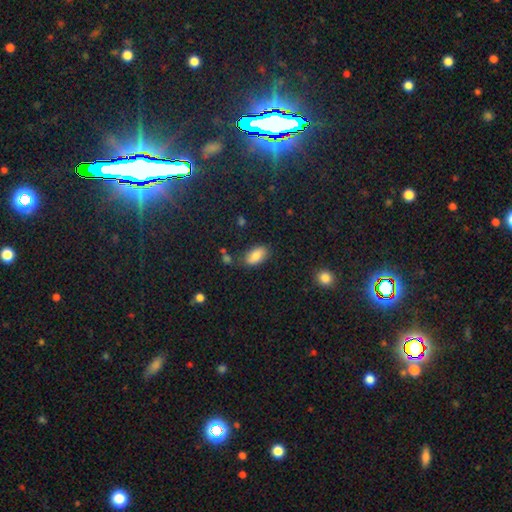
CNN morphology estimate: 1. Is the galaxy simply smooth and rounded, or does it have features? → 82% smooth, 9% featured or disk, 8% star or artifact.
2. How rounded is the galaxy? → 92% in between, 4% round, 3% cigar-shaped.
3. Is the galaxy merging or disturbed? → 78% none, 15% minor disturbance, 4% merger, 4% major disturbance.